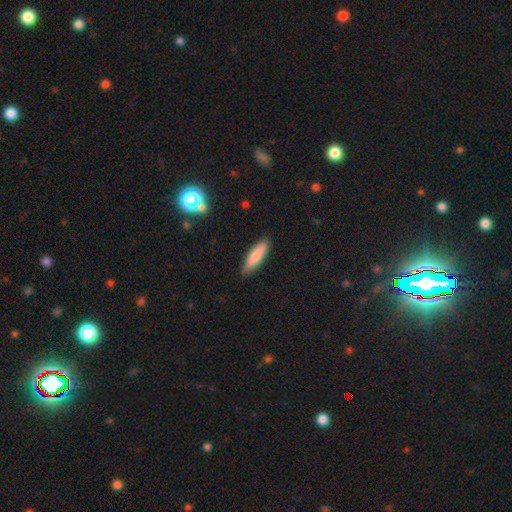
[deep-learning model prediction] Smooth or featured? smooth (80%)
How rounded? cigar-shaped (65%)
Merging? none (86%)